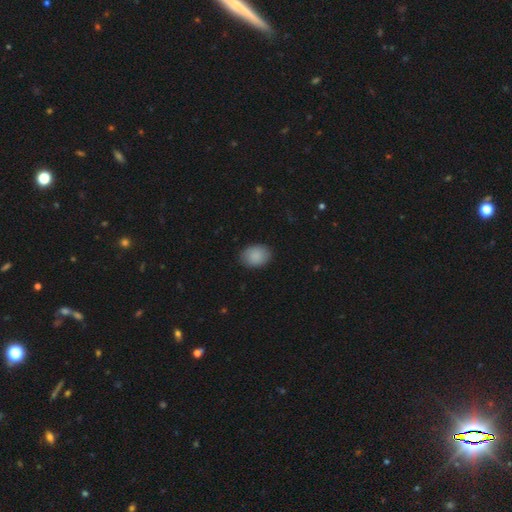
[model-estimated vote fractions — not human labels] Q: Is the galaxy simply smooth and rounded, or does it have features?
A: smooth — 89%.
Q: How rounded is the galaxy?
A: in between — 65%.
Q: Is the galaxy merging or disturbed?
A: none — 85%.